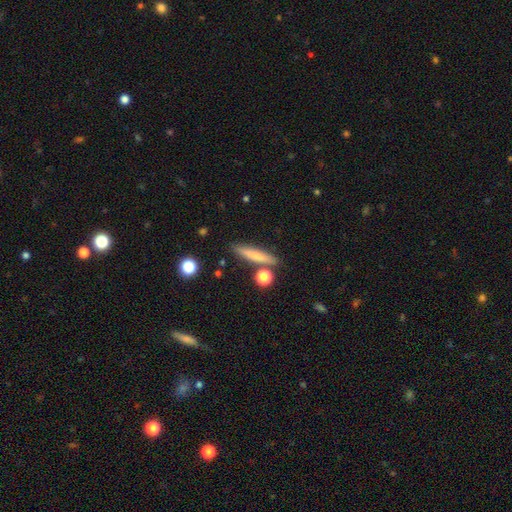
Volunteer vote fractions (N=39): Smooth or featured: smooth — 72% (featured or disk — 21%)
How rounded: cigar-shaped — 86% (in between — 14%)
Merging: none — 92% (minor disturbance — 6%)